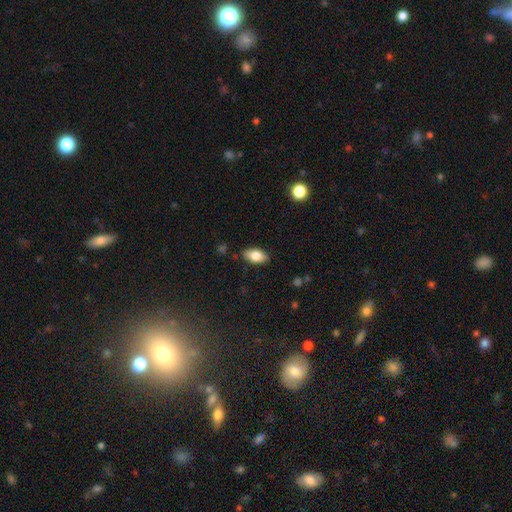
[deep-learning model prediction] smooth_or_featured: smooth (p=0.79) [alt: featured or disk p=0.14]
how_rounded: in between (p=0.91) [alt: round p=0.05]
merging: none (p=0.85) [alt: minor disturbance p=0.11]